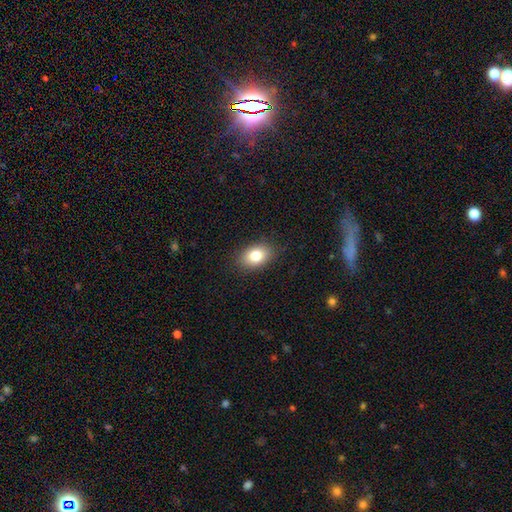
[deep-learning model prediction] A smooth galaxy with no disk features (81%) that is in between round and cigar-shaped (83%). Merging: none (87%).